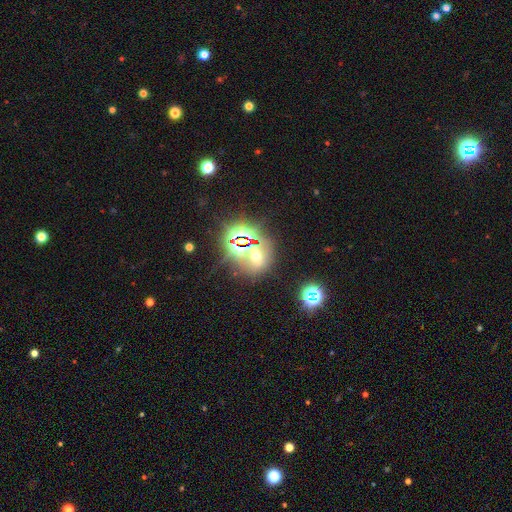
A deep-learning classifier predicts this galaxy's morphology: smooth_or_featured: star or artifact (p=0.55) [alt: smooth p=0.30]